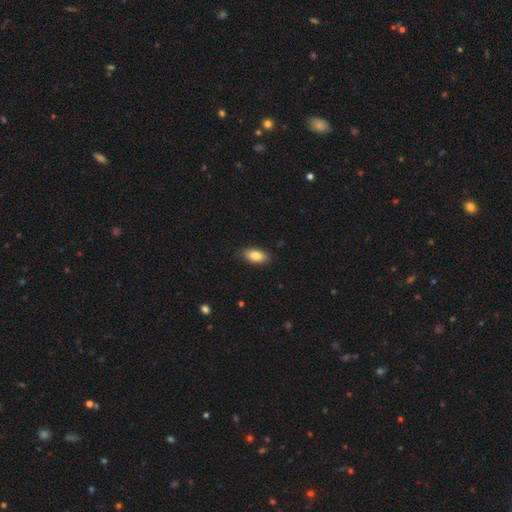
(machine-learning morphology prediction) Q: Smooth or featured?
A: smooth (84%); runner-up: featured or disk (9%)
Q: How rounded?
A: in between (90%); runner-up: cigar-shaped (6%)
Q: Merging?
A: none (86%); runner-up: minor disturbance (11%)